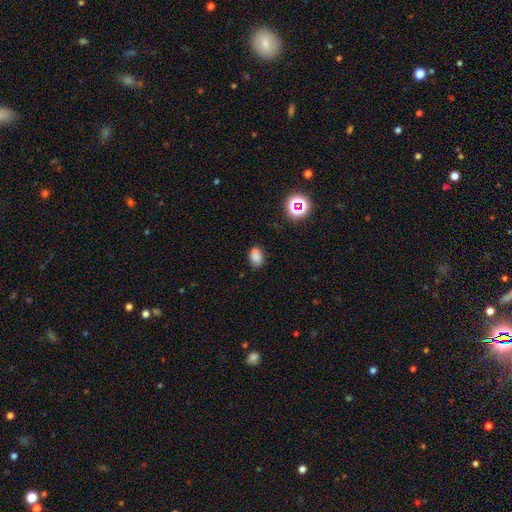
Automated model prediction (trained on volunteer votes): A smooth galaxy with no disk features (79%) that is in between round and cigar-shaped (80%). Merging: none (73%).